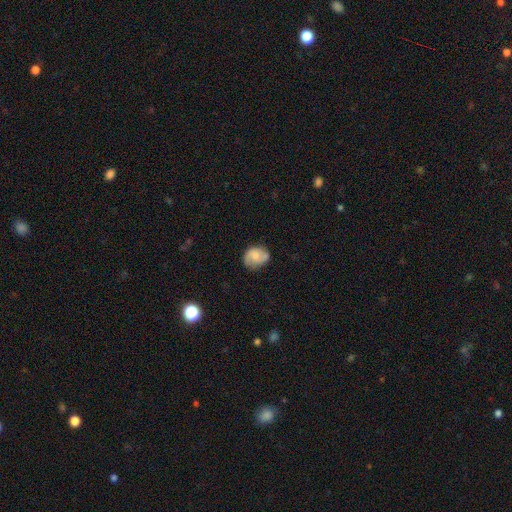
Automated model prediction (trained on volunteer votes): smooth-or-featured: smooth: 50% | featured or disk: 42% | star or artifact: 8%
  merging: none: 66% | minor disturbance: 24% | major disturbance: 7% | merger: 3%